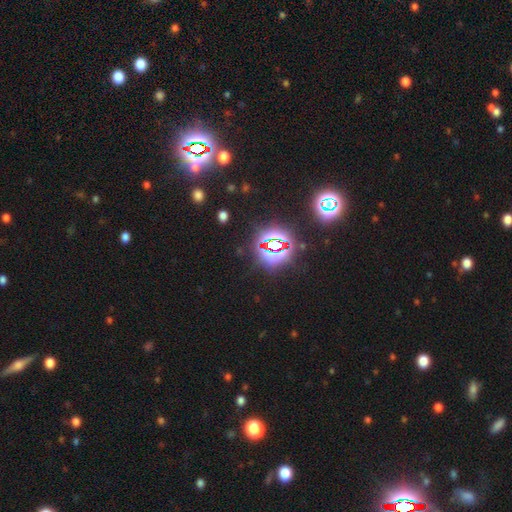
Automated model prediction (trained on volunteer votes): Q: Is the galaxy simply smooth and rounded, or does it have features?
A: star or artifact — 83%.